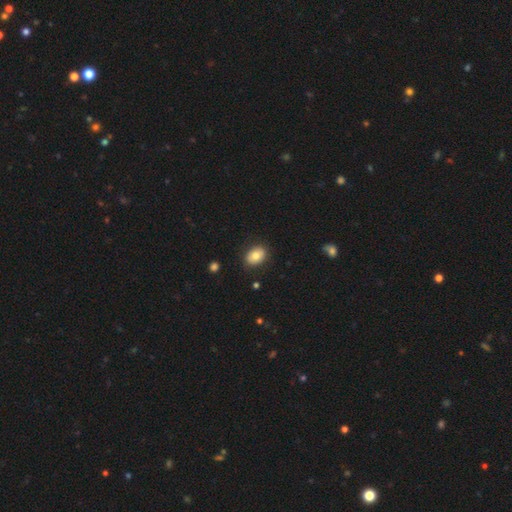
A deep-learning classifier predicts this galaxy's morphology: Q: Smooth or featured?
A: smooth (81%); runner-up: featured or disk (11%)
Q: How rounded?
A: in between (78%); runner-up: round (21%)
Q: Merging?
A: none (85%); runner-up: minor disturbance (11%)